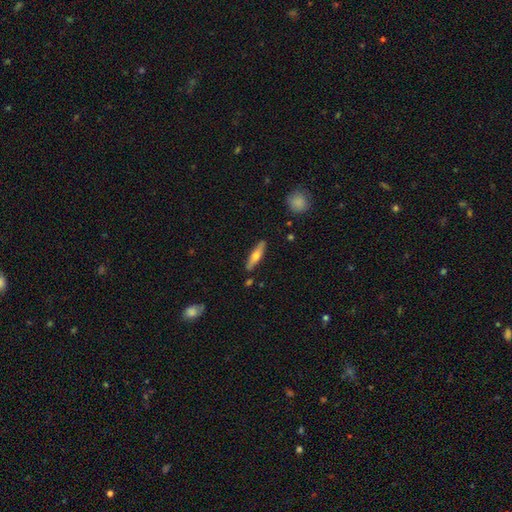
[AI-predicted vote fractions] A smooth galaxy with no disk features (51%) that is cigar-shaped (78%).

Vote fractions:
- Smooth or featured? smooth: 51% / featured or disk: 44% / star or artifact: 6%
- How rounded? cigar-shaped: 78% / in between: 20% / round: 2%
- Merging? none: 87% / minor disturbance: 9% / merger: 2% / major disturbance: 2%